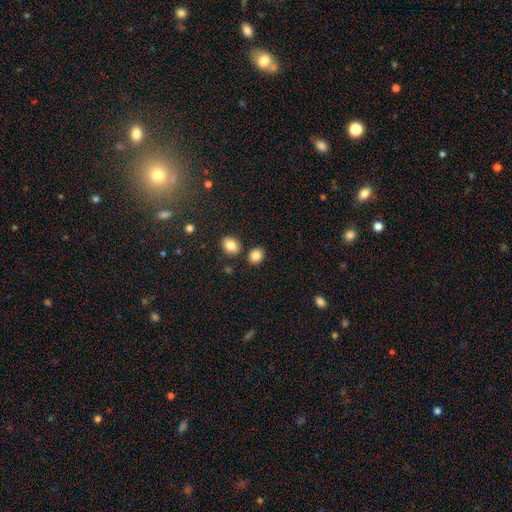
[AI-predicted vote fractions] smooth_or_featured: smooth (p=0.85) [alt: star or artifact p=0.10]
how_rounded: round (p=0.60) [alt: in between p=0.39]
merging: none (p=0.77) [alt: merger p=0.11]